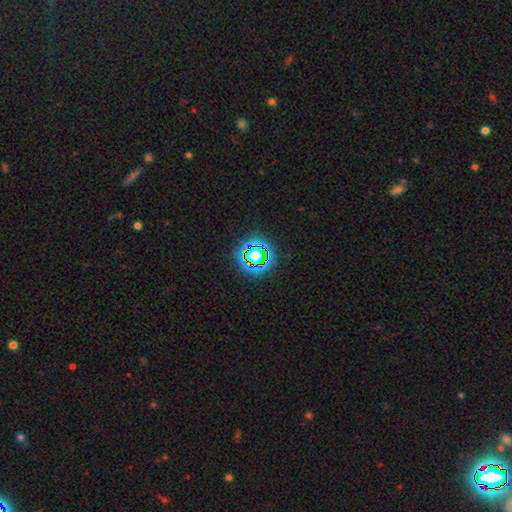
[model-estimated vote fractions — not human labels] The model was most divided on "smooth or featured": star or artifact: 67%, smooth: 22%, featured or disk: 12%.